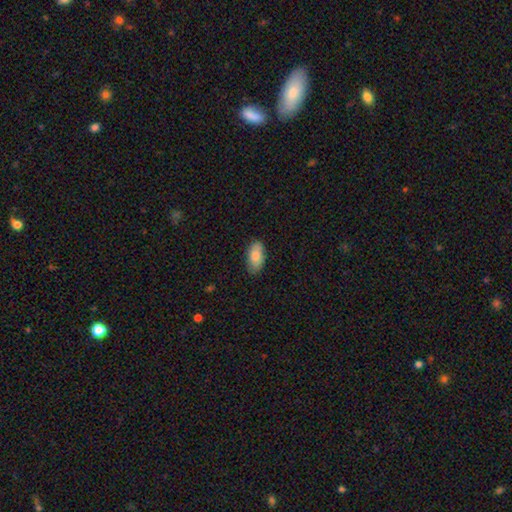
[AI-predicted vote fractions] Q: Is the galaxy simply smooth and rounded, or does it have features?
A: smooth — 83%.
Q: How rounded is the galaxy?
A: in between — 93%.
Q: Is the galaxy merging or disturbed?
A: none — 81%.